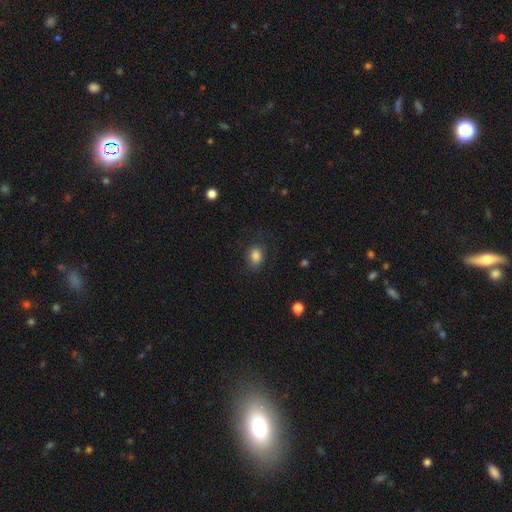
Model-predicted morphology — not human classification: Smooth or featured?
  - smooth: 85% *
  - star or artifact: 9%
  - featured or disk: 6%
How rounded?
  - in between: 72% *
  - round: 27%
  - cigar-shaped: 1%
Merging?
  - none: 74% *
  - minor disturbance: 17%
  - major disturbance: 7%
  - merger: 1%